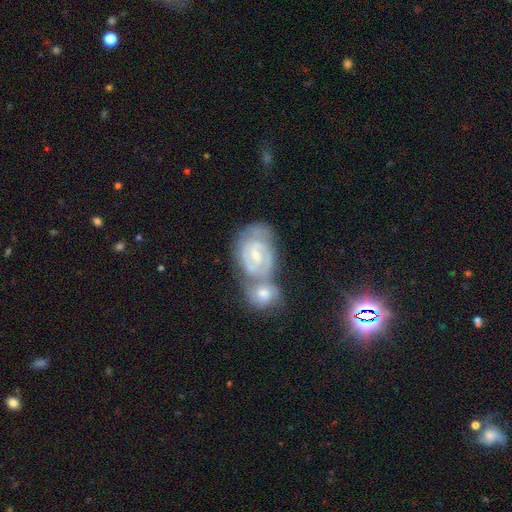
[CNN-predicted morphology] type=featured or disk (81%); edge-on=no (97%); bar=weak (53%); spiral arms=yes (93%); winding=tight (61%); arm count=2 (67%); bulge=small (53%); merging=merger (51%).